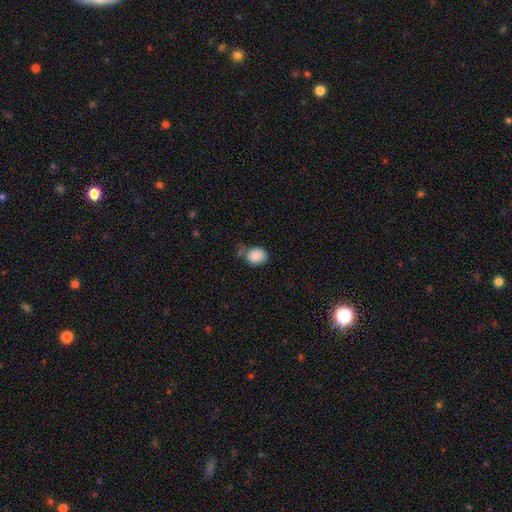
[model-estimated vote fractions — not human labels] This appears to be a smooth galaxy with no disk features (88%) that is in between round and cigar-shaped (50%). Merging: none (57%).